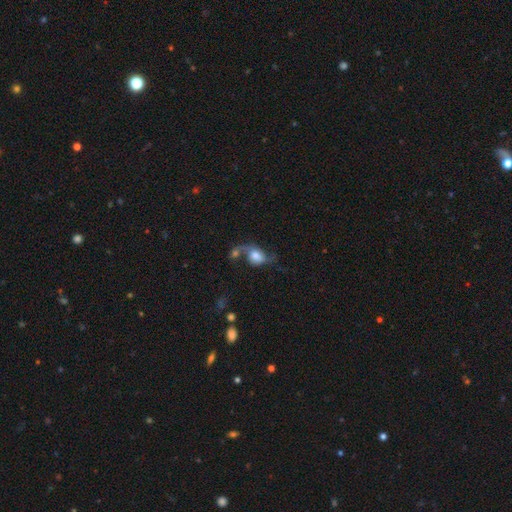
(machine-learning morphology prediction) smooth-or-featured: featured or disk: 47% | smooth: 43% | star or artifact: 10%
  merging: merger: 39% | none: 24% | major disturbance: 23% | minor disturbance: 14%